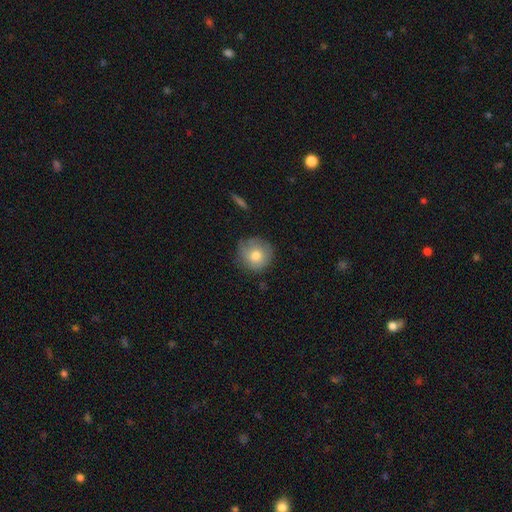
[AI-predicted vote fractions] A smooth galaxy with no disk features (75%) that is round (93%). Merging: none (74%).